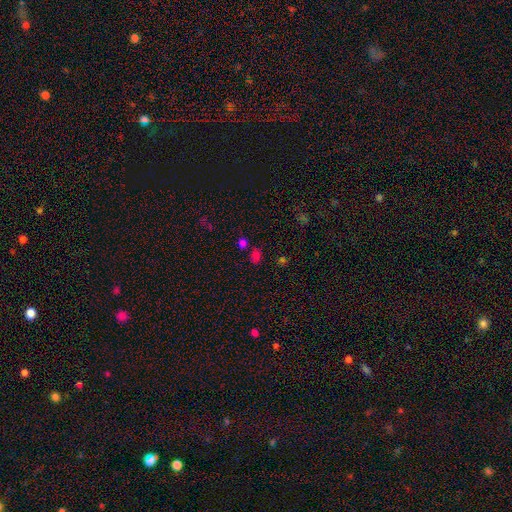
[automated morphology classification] smooth_or_featured: smooth (p=0.65) [alt: star or artifact p=0.30]
how_rounded: in between (p=0.59) [alt: round p=0.39]
merging: none (p=0.69) [alt: minor disturbance p=0.13]